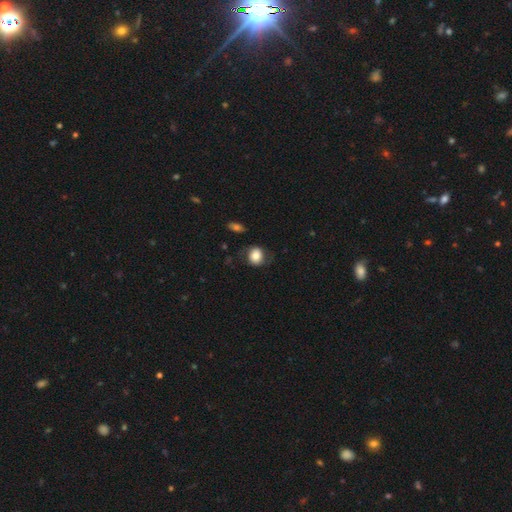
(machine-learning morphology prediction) Overall: smooth (74%). How rounded: round (58%; in between 41%). Merging: none (69%).